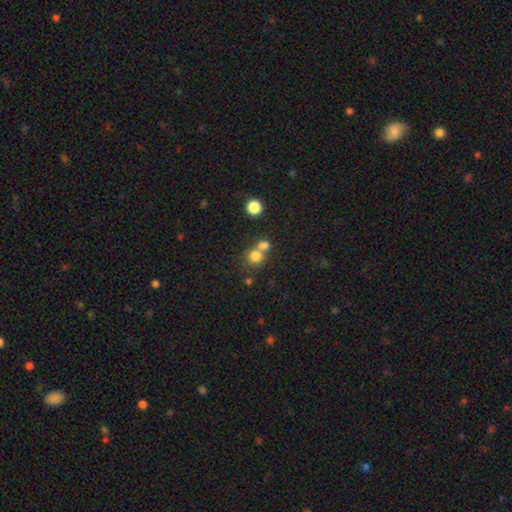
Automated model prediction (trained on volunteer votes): A smooth galaxy with no disk features (77%) that is round (85%). Merging: none (48%).